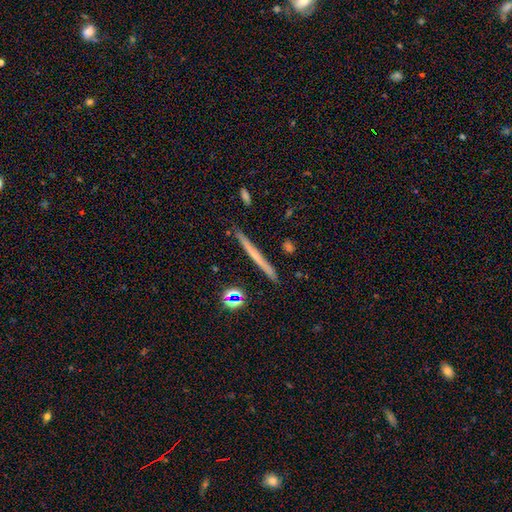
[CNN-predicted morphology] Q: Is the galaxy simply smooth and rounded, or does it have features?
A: featured or disk — 49%.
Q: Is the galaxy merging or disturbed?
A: none — 90%.